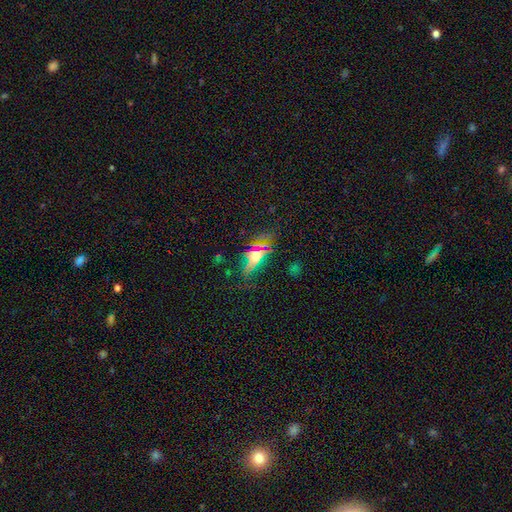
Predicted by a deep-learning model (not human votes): Q: Smooth or featured?
A: smooth (52%); runner-up: star or artifact (29%)
Q: How rounded?
A: in between (75%); runner-up: cigar-shaped (13%)
Q: Merging?
A: none (70%); runner-up: minor disturbance (17%)